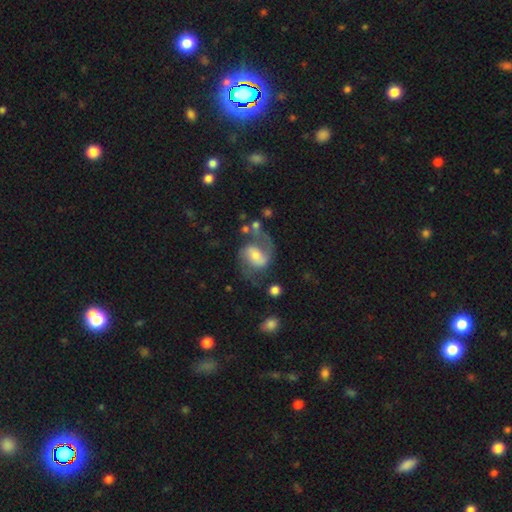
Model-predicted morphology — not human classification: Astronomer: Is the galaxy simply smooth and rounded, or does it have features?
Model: featured or disk — 74%.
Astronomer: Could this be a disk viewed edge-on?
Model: no — 97%.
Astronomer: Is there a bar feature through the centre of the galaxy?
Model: weak — 46% (runner-up: no, 35%).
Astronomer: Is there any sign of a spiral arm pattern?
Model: yes — 92%.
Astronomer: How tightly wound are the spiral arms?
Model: medium — 50% (runner-up: loose, 36%).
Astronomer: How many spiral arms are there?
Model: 2 — 82%.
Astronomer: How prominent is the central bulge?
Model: moderate — 51% (runner-up: small, 28%).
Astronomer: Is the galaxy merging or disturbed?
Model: none — 51%.